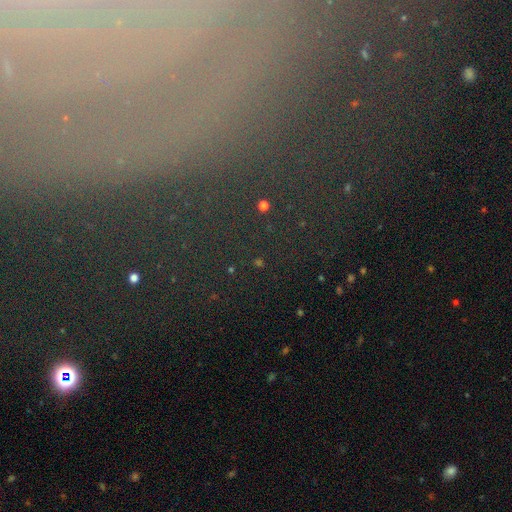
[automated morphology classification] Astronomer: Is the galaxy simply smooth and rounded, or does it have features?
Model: star or artifact — 49% (runner-up: featured or disk, 31%).